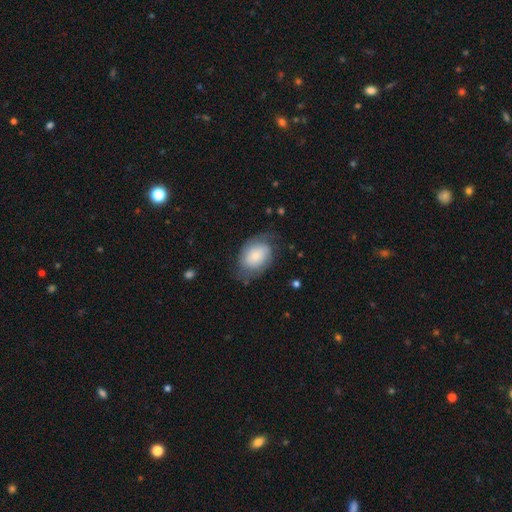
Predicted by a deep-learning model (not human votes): This is possibly a smooth galaxy (55%). How rounded: likely in between (77%). Merging: possibly none (57%).